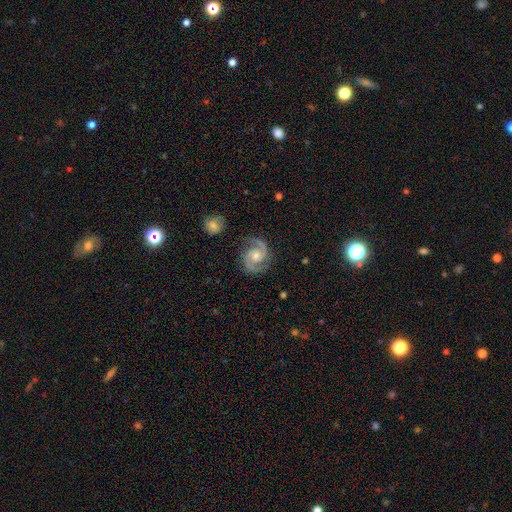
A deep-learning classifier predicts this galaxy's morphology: smooth-or-featured: featured or disk: 93% | star or artifact: 4% | smooth: 3%
  disk-edge-on: no: 98% | yes: 2%
    bar: no: 64% | weak: 29% | strong: 7%
    has-spiral-arms: yes: 99% | no: 1%
      spiral-winding: medium: 58% | tight: 34% | loose: 8%
      spiral-arm-count: 2: 95% | can't tell: 1% | 3: 1% | 1: 1% | 4: 1% | more than 4: 1%
    bulge-size: moderate: 59% | small: 30% | none: 5% | large: 5% | dominant: 1%
  merging: none: 83% | minor disturbance: 11% | major disturbance: 3% | merger: 2%